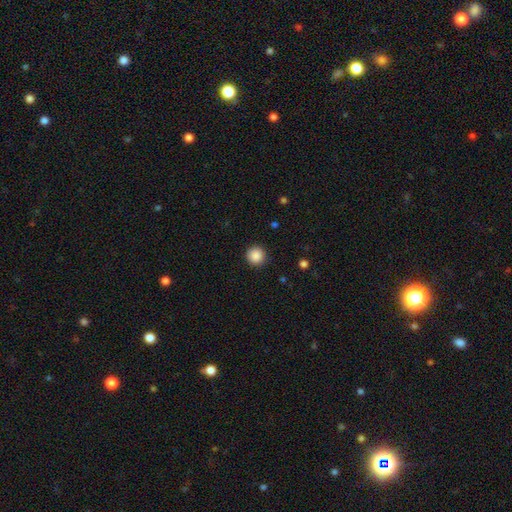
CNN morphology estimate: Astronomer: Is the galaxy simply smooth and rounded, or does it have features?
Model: smooth — 88%.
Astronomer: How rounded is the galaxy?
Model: round — 96%.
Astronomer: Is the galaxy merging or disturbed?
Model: none — 92%.